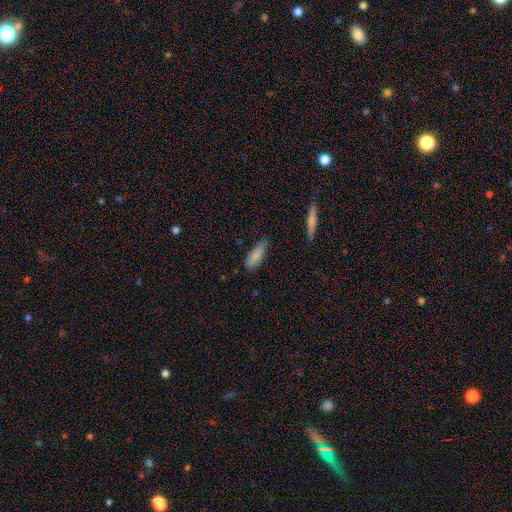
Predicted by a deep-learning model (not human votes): Overall: smooth (82%). How rounded: in between (67%; cigar-shaped 32%). Merging: none (69%).